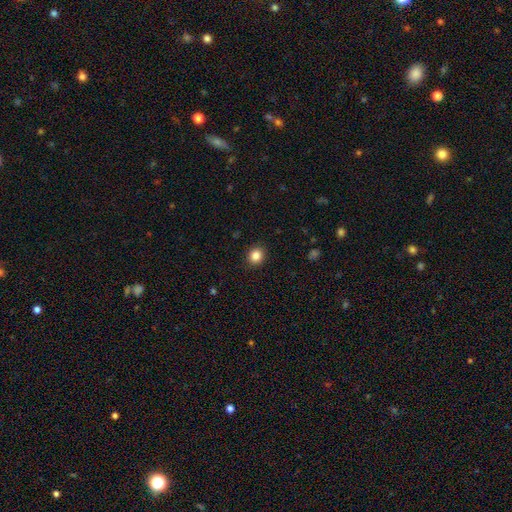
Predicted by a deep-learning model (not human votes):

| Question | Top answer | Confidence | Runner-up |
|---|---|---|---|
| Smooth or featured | smooth | 86% | star or artifact (11%) |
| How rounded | round | 80% | in between (19%) |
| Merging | none | 91% | minor disturbance (6%) |